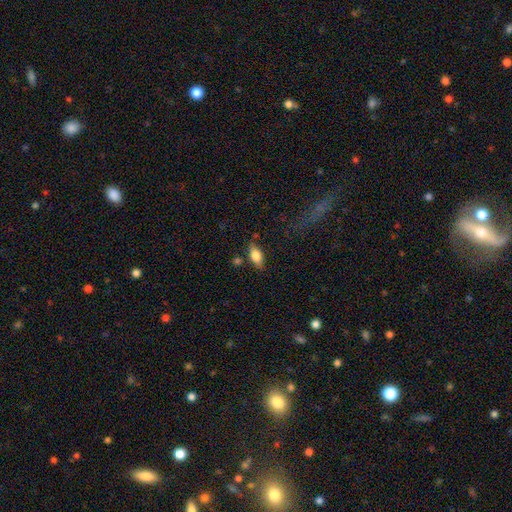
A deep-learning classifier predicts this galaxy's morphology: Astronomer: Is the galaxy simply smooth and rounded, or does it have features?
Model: smooth — 74%.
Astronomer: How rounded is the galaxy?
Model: in between — 85%.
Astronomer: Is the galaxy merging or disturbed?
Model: none — 75%.